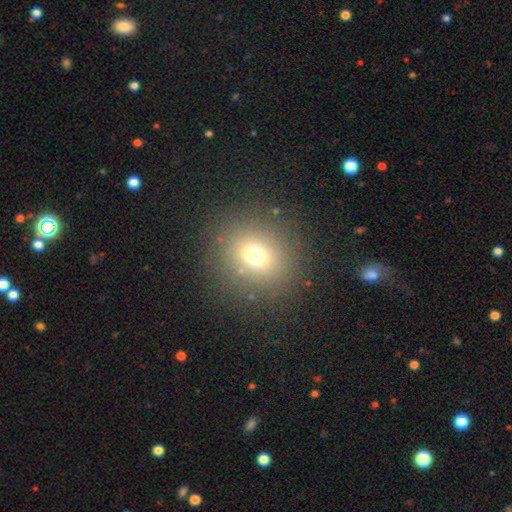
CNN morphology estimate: A smooth galaxy with no disk features (71%) that is round (82%).

Vote fractions:
- Smooth or featured? smooth: 71% / star or artifact: 18% / featured or disk: 11%
- How rounded? round: 82% / in between: 17% / cigar-shaped: 1%
- Merging? none: 87% / minor disturbance: 7% / major disturbance: 4% / merger: 2%